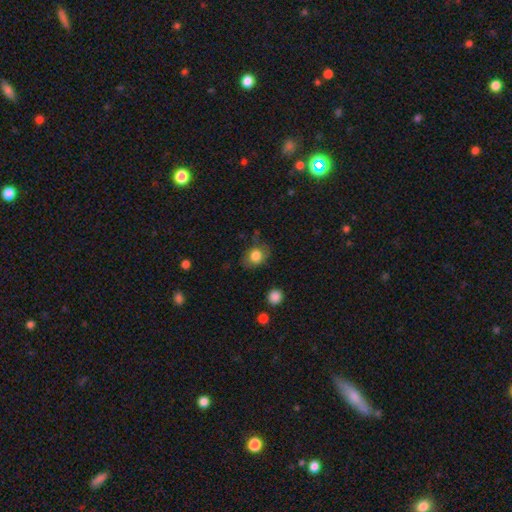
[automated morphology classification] smooth_or_featured: smooth (p=0.77) [alt: featured or disk p=0.14]
how_rounded: in between (p=0.50) [alt: round p=0.49]
merging: none (p=0.61) [alt: minor disturbance p=0.25]